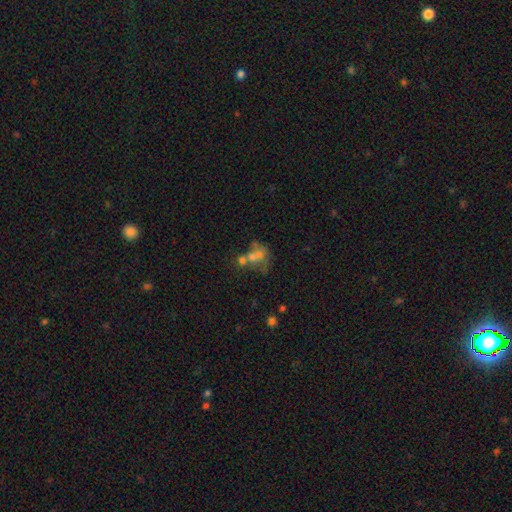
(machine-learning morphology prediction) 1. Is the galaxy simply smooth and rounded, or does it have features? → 47% smooth, 37% featured or disk, 16% star or artifact.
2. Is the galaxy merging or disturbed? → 49% merger, 21% major disturbance, 19% none, 11% minor disturbance.